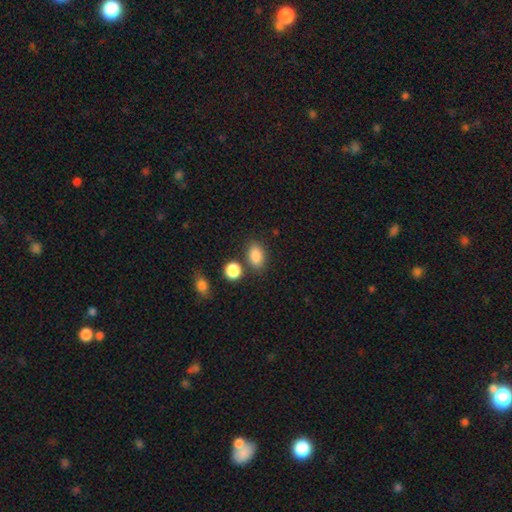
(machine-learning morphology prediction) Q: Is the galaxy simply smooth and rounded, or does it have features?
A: smooth — 86%.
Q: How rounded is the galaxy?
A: in between — 81%.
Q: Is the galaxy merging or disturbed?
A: none — 75%.